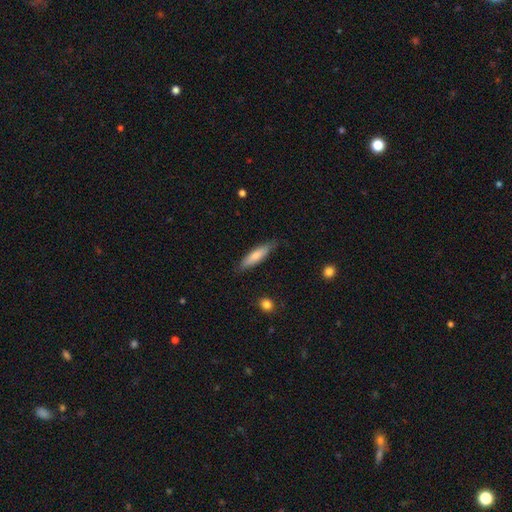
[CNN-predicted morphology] The model was most divided on "how rounded": cigar-shaped: 67%, in between: 31%, round: 2%. More confident: merging — none (80%); smooth or featured — smooth (74%).